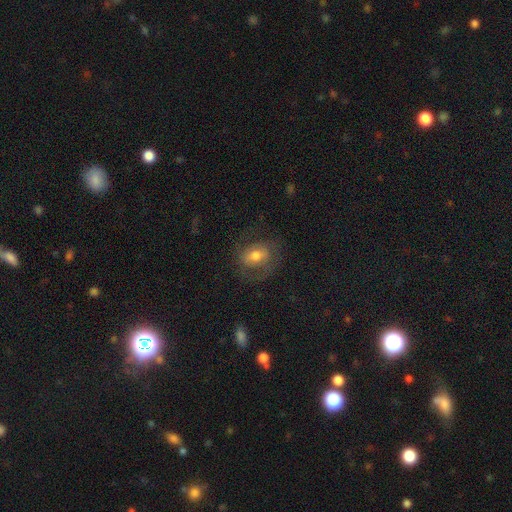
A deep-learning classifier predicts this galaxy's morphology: Smooth or featured?
  - smooth: 53% *
  - featured or disk: 37%
  - star or artifact: 10%
How rounded?
  - in between: 55% *
  - round: 44%
  - cigar-shaped: 1%
Merging?
  - none: 61% *
  - minor disturbance: 20%
  - major disturbance: 18%
  - merger: 1%